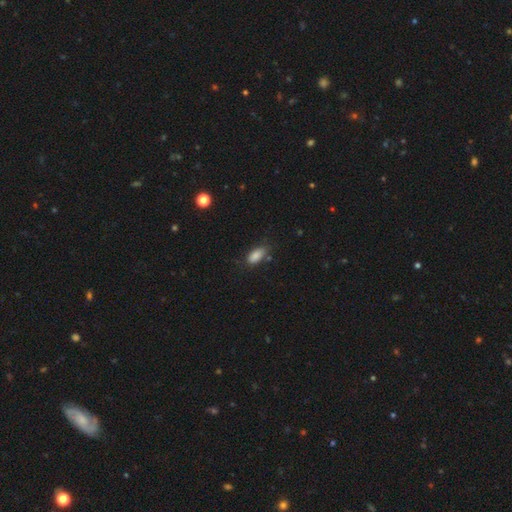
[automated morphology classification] A smooth galaxy with no disk features (85%) that is in between round and cigar-shaped (88%). Merging: none (70%).